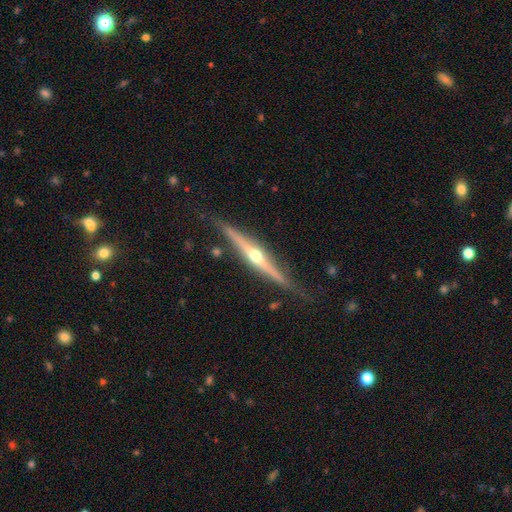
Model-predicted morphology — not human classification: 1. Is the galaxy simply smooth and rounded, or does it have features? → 80% featured or disk, 15% smooth, 6% star or artifact.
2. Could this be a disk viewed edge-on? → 98% yes, 2% no.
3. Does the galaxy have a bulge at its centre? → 91% rounded, 6% none, 3% boxy.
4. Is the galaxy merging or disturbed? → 83% none, 12% minor disturbance, 3% major disturbance, 2% merger.